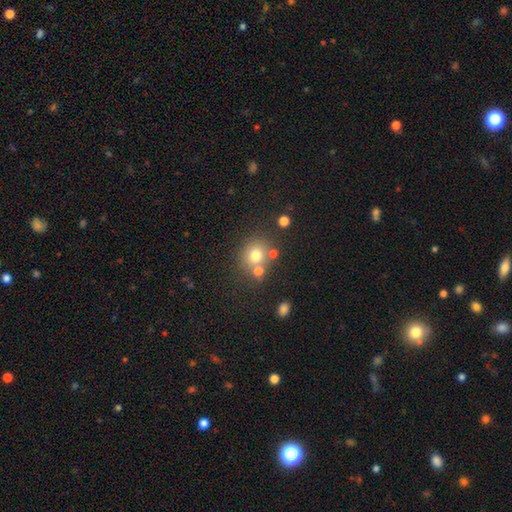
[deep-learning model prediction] smooth_or_featured: smooth (p=0.73) [alt: star or artifact p=0.15]
how_rounded: round (p=0.82) [alt: in between p=0.17]
merging: none (p=0.64) [alt: merger p=0.21]